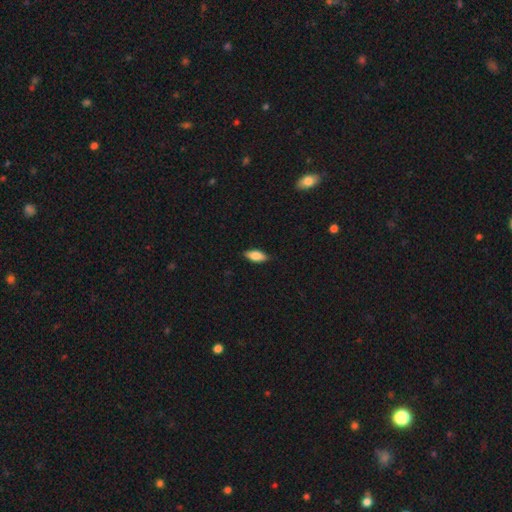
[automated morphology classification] This appears to be a smooth galaxy with no disk features (79%) that is in between round and cigar-shaped (82%). Merging: none (86%).